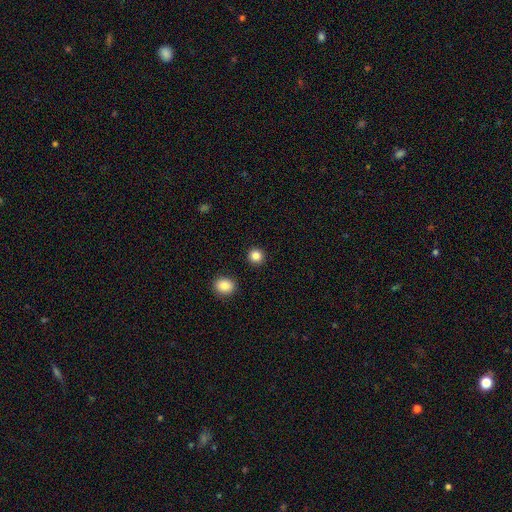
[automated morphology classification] smooth 85%, star or artifact 11%, featured or disk 4%. Down the decision tree: how rounded — round (92%); merging — none (92%).